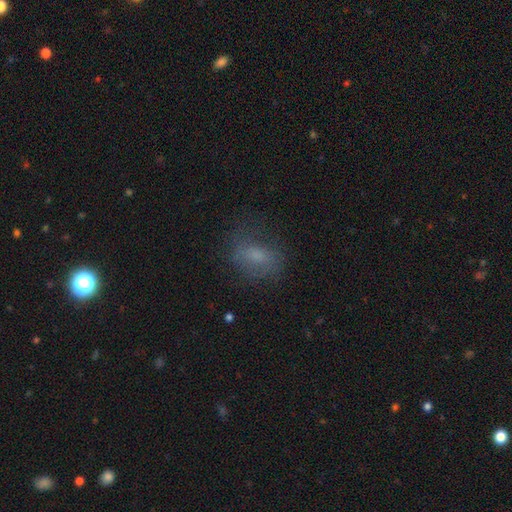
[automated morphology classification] smooth_or_featured: smooth (p=0.61) [alt: featured or disk p=0.24]
how_rounded: in between (p=0.71) [alt: round p=0.25]
merging: none (p=0.63) [alt: minor disturbance p=0.20]